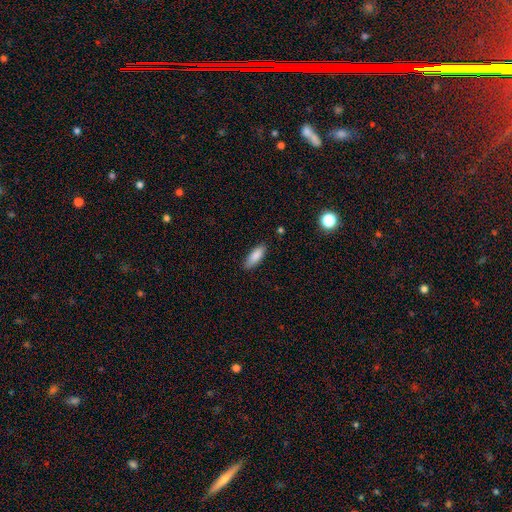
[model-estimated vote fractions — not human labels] Q: Smooth or featured?
A: smooth (87%); runner-up: star or artifact (7%)
Q: How rounded?
A: in between (63%); runner-up: cigar-shaped (36%)
Q: Merging?
A: none (83%); runner-up: minor disturbance (13%)